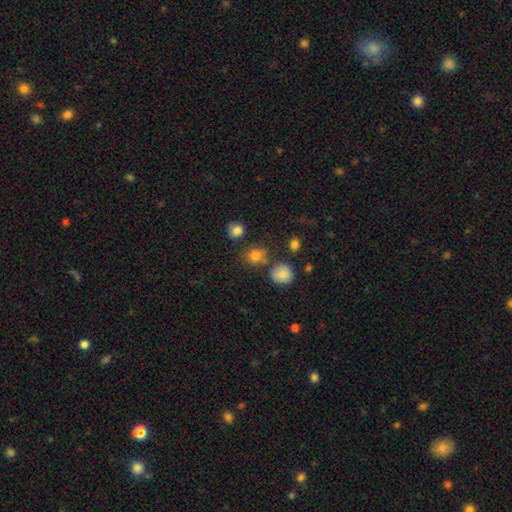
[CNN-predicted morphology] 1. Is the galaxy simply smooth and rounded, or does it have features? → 79% smooth, 15% star or artifact, 6% featured or disk.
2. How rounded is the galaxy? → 70% round, 29% in between, 1% cigar-shaped.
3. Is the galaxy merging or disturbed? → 70% none, 13% minor disturbance, 12% merger, 5% major disturbance.